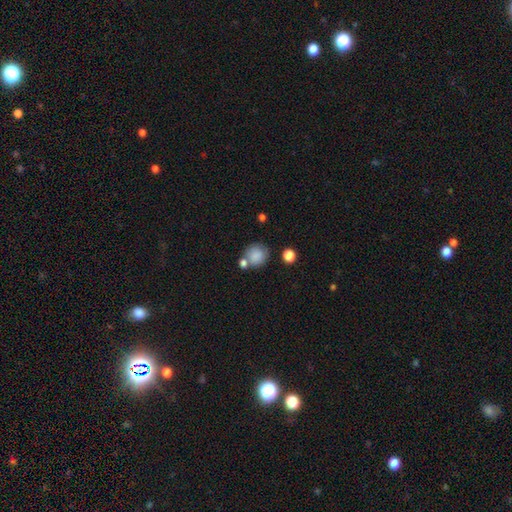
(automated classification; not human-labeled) Q: Smooth or featured?
A: smooth (83%); runner-up: star or artifact (9%)
Q: How rounded?
A: round (80%); runner-up: in between (19%)
Q: Merging?
A: none (58%); runner-up: merger (20%)